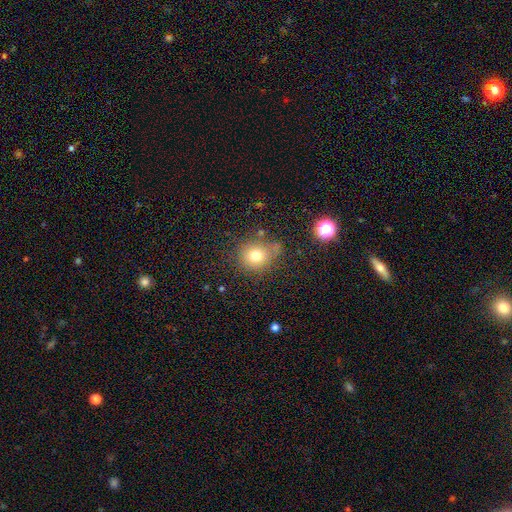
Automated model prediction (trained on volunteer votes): Overall: smooth (76%). How rounded: round (78%). Merging: none (70%).